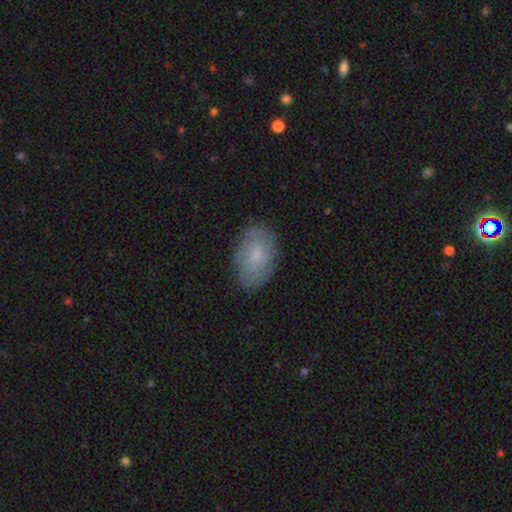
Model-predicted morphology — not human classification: Q: Smooth or featured?
A: smooth (59%); runner-up: featured or disk (33%)
Q: How rounded?
A: in between (87%); runner-up: round (11%)
Q: Merging?
A: none (81%); runner-up: minor disturbance (14%)